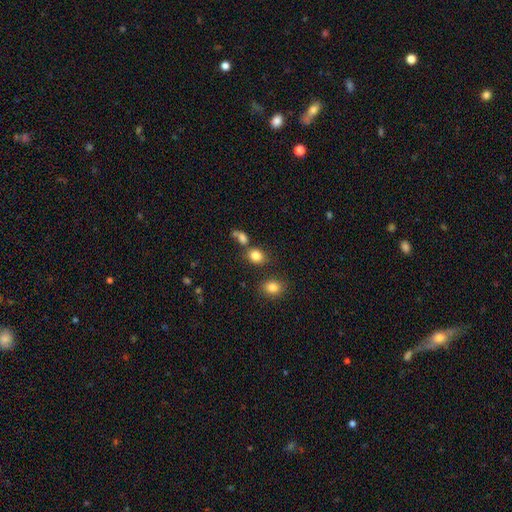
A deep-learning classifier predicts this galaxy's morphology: A smooth galaxy with no disk features (83%) that is in between round and cigar-shaped (53%). Merging: none (65%).